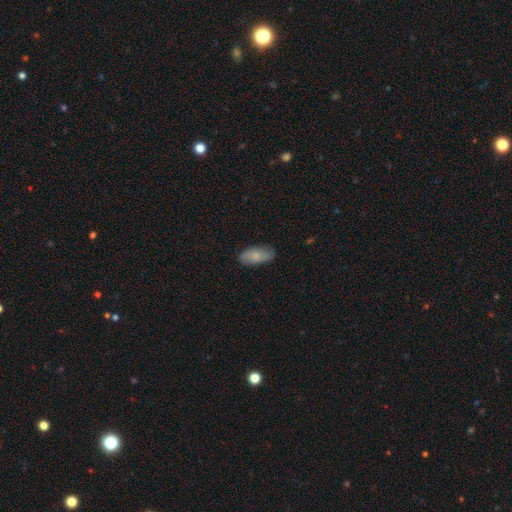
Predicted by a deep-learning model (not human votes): A smooth galaxy with no disk features (82%) that is in between round and cigar-shaped (88%). Merging: none (82%).